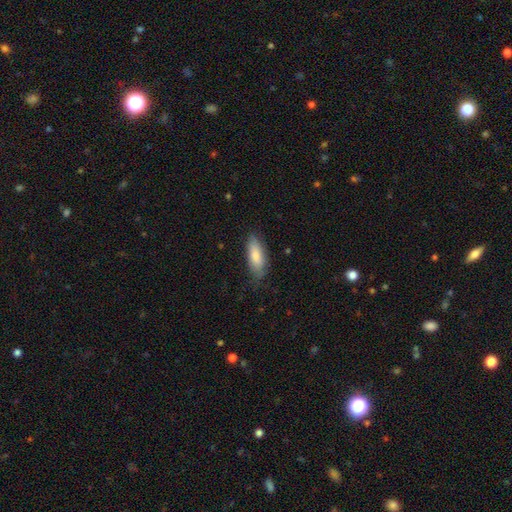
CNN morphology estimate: type=smooth (81%); roundness=in between (71%); merging=none (73%).